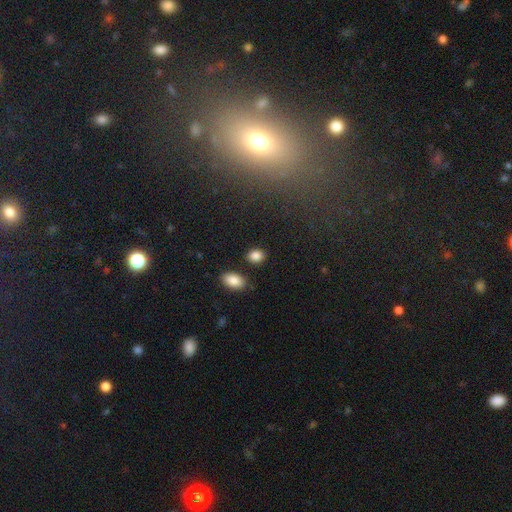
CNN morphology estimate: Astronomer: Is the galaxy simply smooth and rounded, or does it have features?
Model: smooth — 87%.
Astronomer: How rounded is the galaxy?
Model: in between — 65%.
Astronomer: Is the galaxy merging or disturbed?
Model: none — 82%.